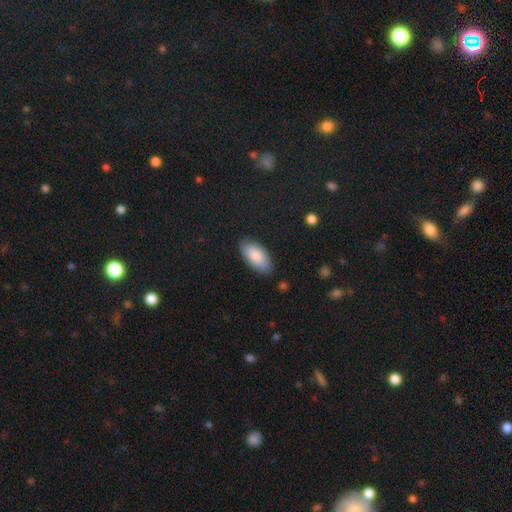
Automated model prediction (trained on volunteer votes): Smooth or featured: smooth — 85% (featured or disk — 9%)
How rounded: in between — 92% (cigar-shaped — 6%)
Merging: none — 83% (minor disturbance — 13%)